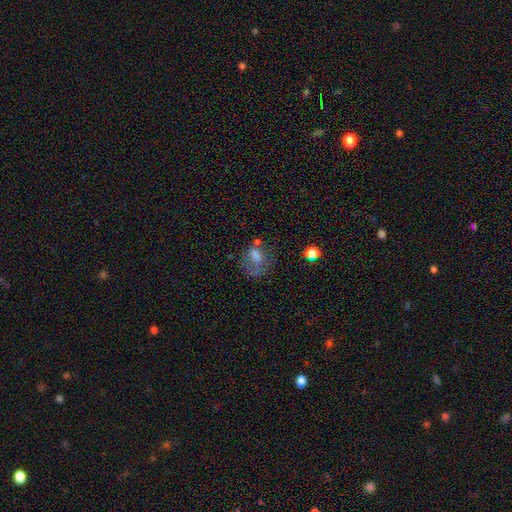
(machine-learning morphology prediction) Smooth or featured? smooth (55%)
How rounded? in between (51%)
Merging? none (38%)